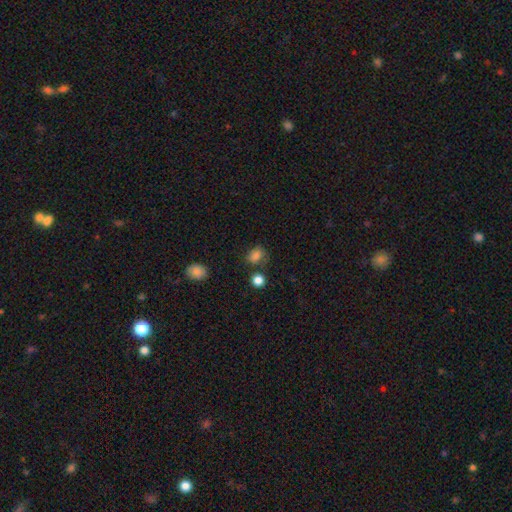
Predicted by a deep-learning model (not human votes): smooth 81%, star or artifact 13%, featured or disk 5%. Down the decision tree: how rounded — in between (53%); merging — none (61%).